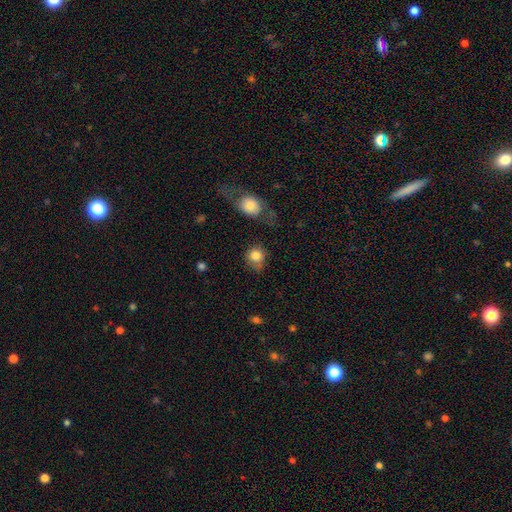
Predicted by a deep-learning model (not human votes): Q: Smooth or featured?
A: smooth (83%); runner-up: star or artifact (9%)
Q: How rounded?
A: round (75%); runner-up: in between (24%)
Q: Merging?
A: none (58%); runner-up: minor disturbance (26%)